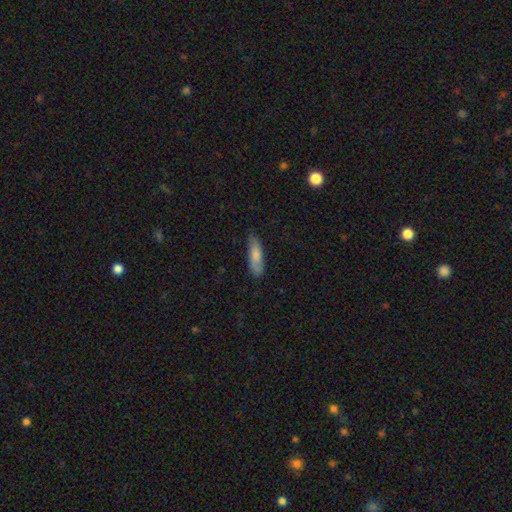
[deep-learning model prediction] smooth 78%, featured or disk 16%, star or artifact 6%. Down the decision tree: how rounded — cigar-shaped (55%); merging — none (77%).